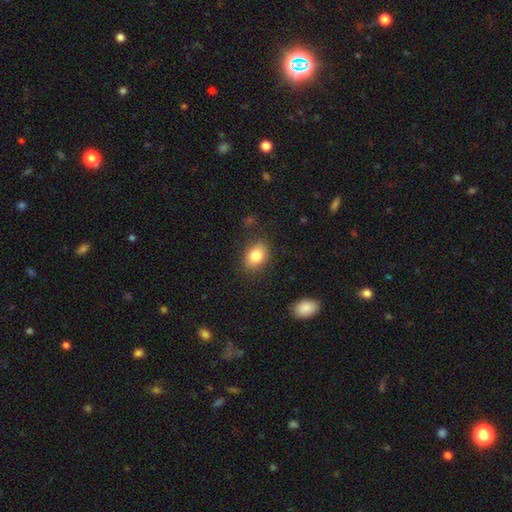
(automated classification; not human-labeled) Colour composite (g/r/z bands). It shows a smooth galaxy with no disk features (83%) that is in between round and cigar-shaped (73%). Merging: none (82%).